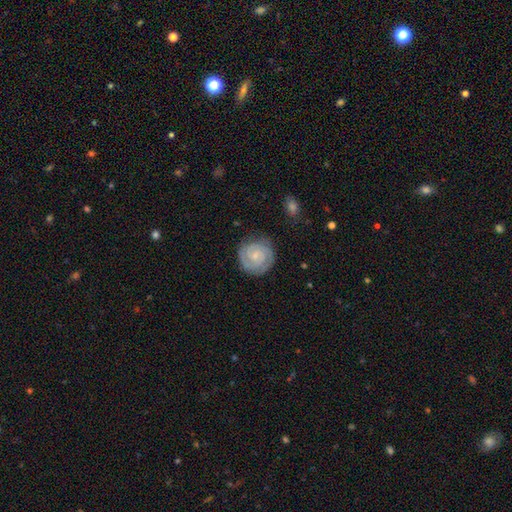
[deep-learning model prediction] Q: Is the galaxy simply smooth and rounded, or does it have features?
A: featured or disk — 85%.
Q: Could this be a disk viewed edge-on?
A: no — 98%.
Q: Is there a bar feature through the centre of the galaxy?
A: no — 58%.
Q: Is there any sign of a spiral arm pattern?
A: yes — 97%.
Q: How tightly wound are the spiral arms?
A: tight — 80%.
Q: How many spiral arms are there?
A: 2 — 76%.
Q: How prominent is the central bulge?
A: small — 69%.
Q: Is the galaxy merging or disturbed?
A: none — 82%.